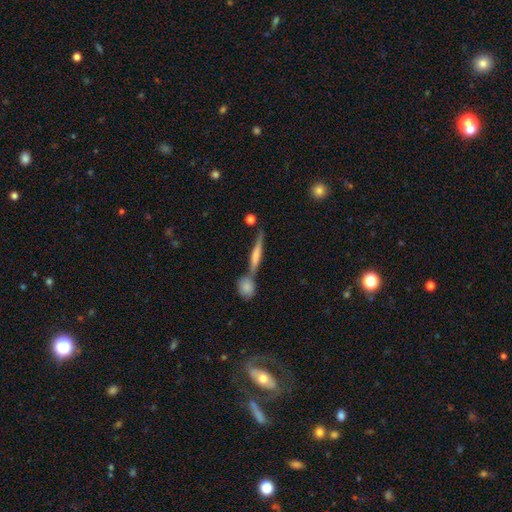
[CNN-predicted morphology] Overall: featured or disk (58%; smooth 26%). Edge-on disk: yes (86%). Merging: none (61%; merger 21%).